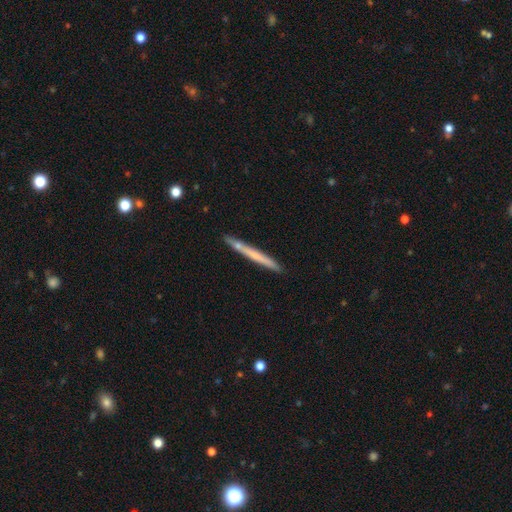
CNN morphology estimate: This appears to be a smooth galaxy with no disk features (55%) that is cigar-shaped (97%). Merging: none (84%).